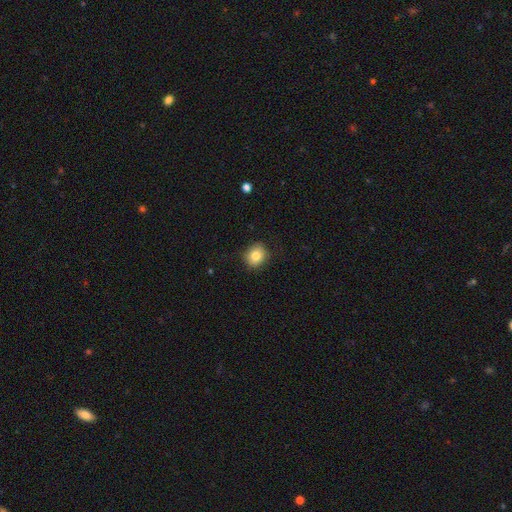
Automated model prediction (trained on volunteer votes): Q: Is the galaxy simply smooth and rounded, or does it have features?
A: smooth — 83%.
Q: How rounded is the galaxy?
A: round — 74%.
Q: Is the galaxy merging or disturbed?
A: none — 86%.